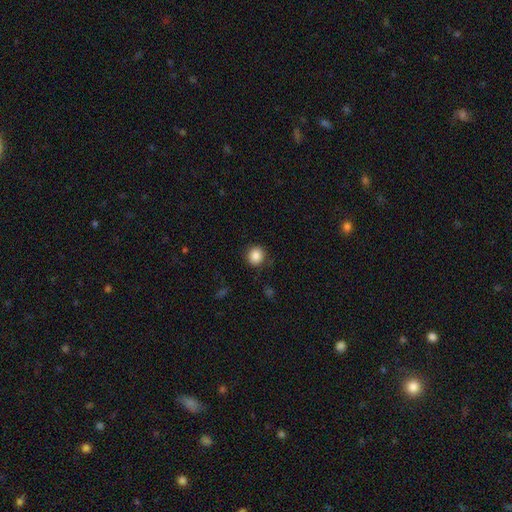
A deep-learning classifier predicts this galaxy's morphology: Smooth or featured: smooth — 86% (star or artifact — 10%)
How rounded: round — 90% (in between — 9%)
Merging: none — 87% (minor disturbance — 9%)